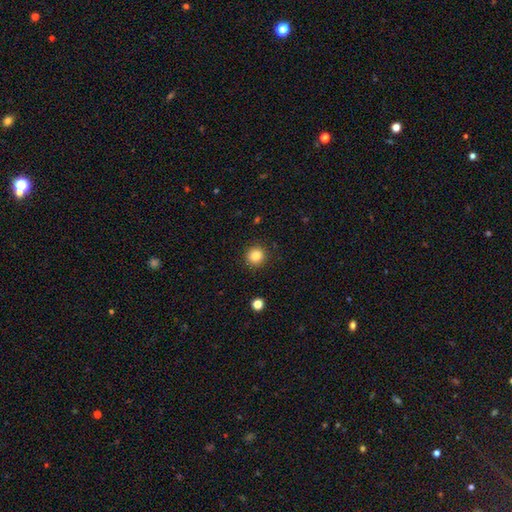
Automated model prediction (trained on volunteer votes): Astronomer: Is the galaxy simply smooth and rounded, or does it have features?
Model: smooth — 84%.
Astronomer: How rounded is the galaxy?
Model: round — 93%.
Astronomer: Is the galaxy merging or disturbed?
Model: none — 91%.